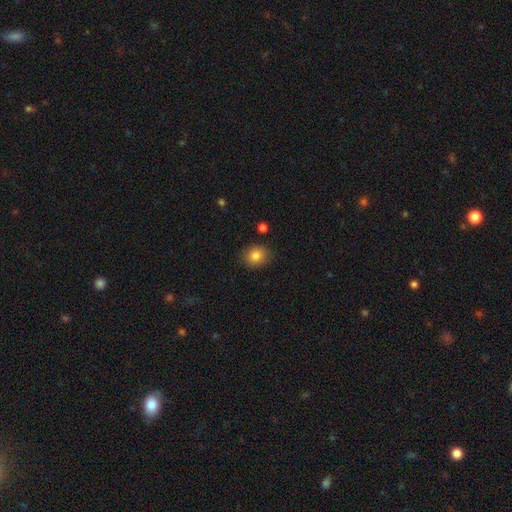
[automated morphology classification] Smooth or featured? smooth (83%)
How rounded? round (61%)
Merging? none (86%)